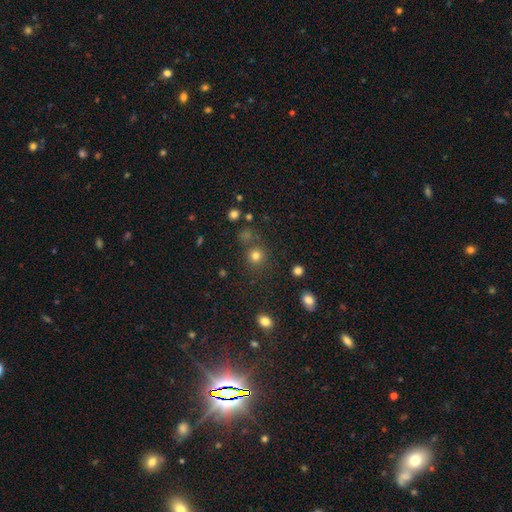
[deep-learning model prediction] Smooth or featured? smooth (76%)
How rounded? round (88%)
Merging? none (77%)